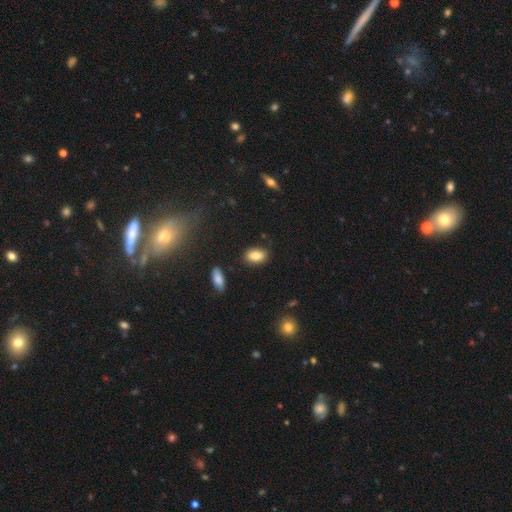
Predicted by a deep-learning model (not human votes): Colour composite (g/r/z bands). It shows a smooth galaxy with no disk features (84%) that is in between round and cigar-shaped (86%). Merging: none (83%).